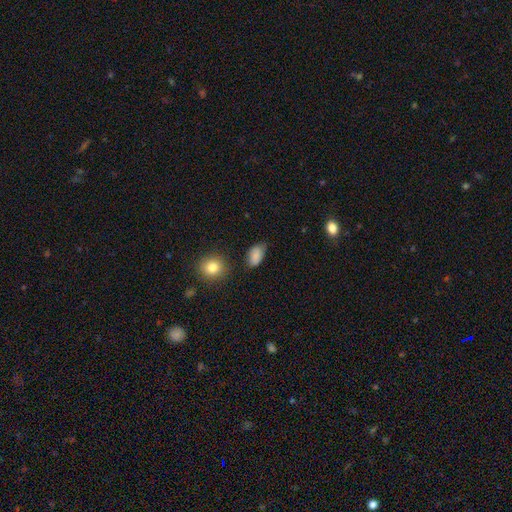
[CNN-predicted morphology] type=smooth (85%); roundness=in between (90%); merging=none (66%).